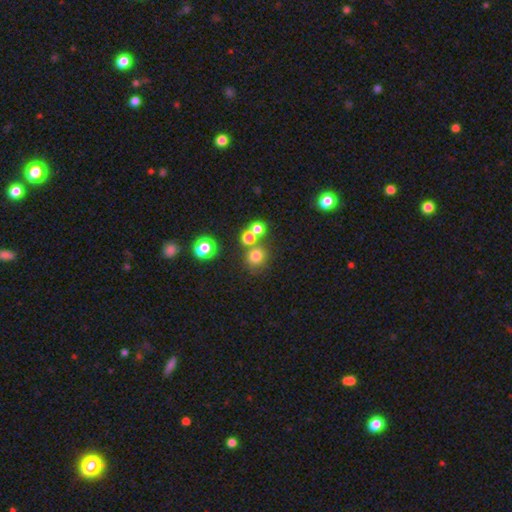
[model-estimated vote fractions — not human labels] Smooth or featured? Predicted: smooth (p=0.74). How rounded? Predicted: round (p=0.89). Merging? Predicted: none (p=0.68).